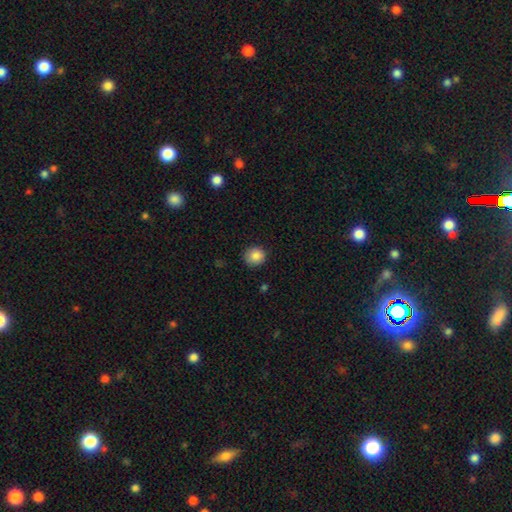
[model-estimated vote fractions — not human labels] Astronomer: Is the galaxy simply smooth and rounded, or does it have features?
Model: smooth — 87%.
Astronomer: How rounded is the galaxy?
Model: round — 90%.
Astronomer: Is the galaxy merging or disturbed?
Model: none — 87%.